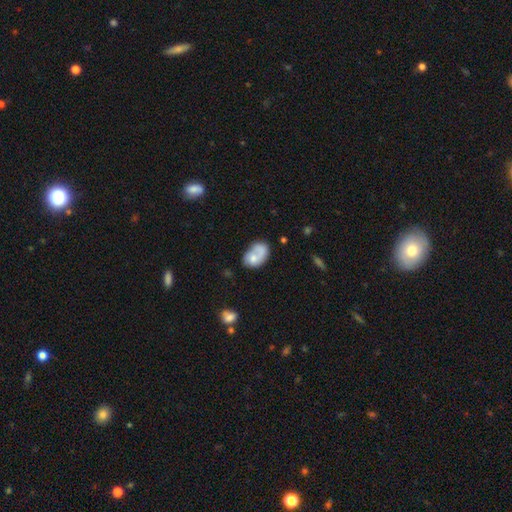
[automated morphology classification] Overall: smooth (63%; featured or disk 30%). How rounded: in between (83%). Merging: none (31%, tied with merger).